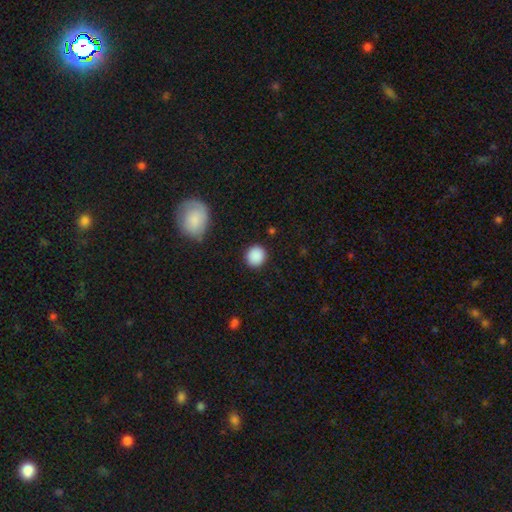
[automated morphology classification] A smooth galaxy with no disk features (89%) that is round (88%).

Vote fractions:
- Smooth or featured? smooth: 89% / star or artifact: 8% / featured or disk: 3%
- How rounded? round: 88% / in between: 11% / cigar-shaped: 1%
- Merging? none: 90% / minor disturbance: 7% / major disturbance: 2% / merger: 1%